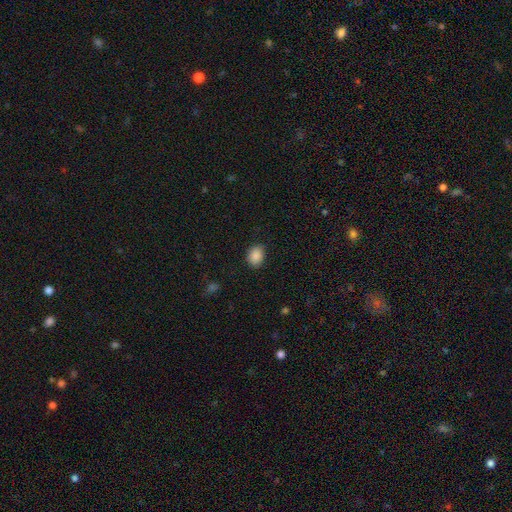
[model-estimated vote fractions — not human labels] Smooth or featured? Predicted: smooth (p=0.89). How rounded? Predicted: in between (p=0.65). Merging? Predicted: none (p=0.86).